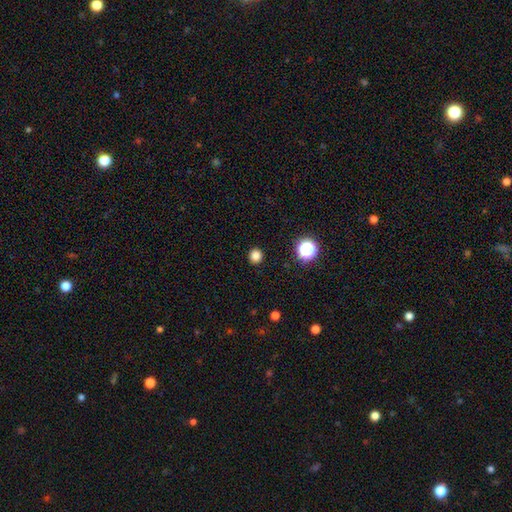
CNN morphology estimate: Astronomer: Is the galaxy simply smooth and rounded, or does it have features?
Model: smooth — 82%.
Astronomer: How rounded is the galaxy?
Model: round — 92%.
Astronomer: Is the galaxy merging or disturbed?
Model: none — 92%.